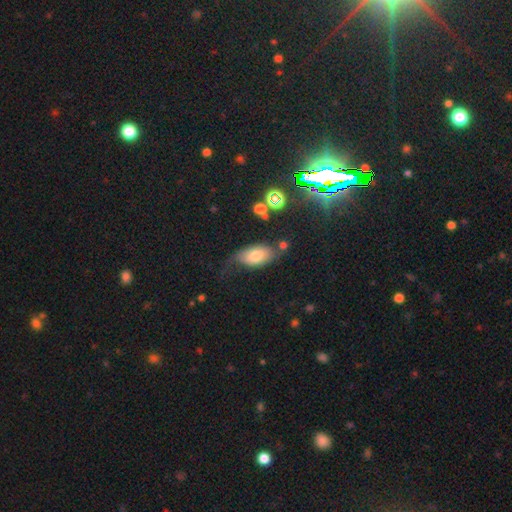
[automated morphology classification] Smooth or featured? smooth (71%)
How rounded? in between (91%)
Merging? none (48%)